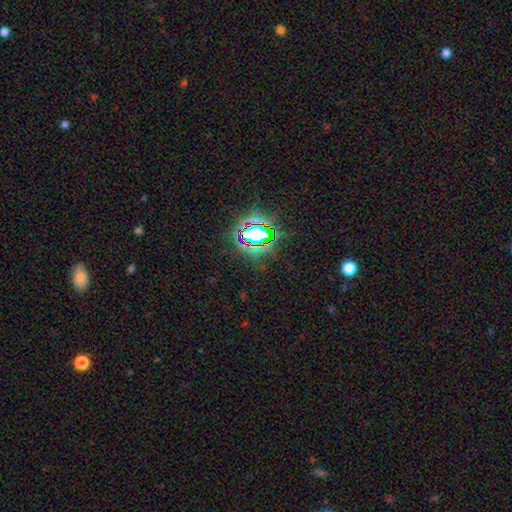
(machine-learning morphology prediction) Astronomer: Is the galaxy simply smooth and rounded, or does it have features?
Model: star or artifact — 80%.